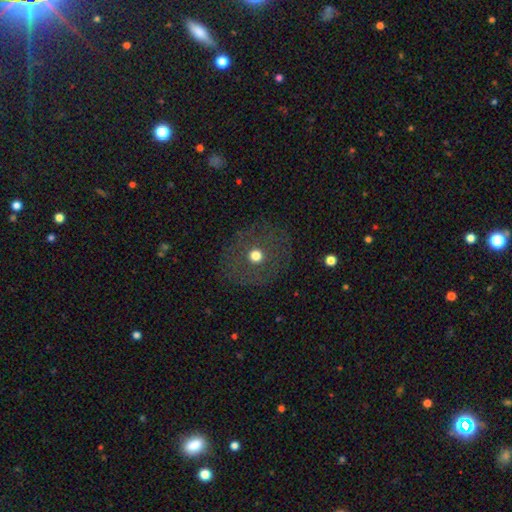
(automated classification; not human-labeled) This appears to be a smooth galaxy with no disk features (59%) that is round (90%). Merging: none (85%).